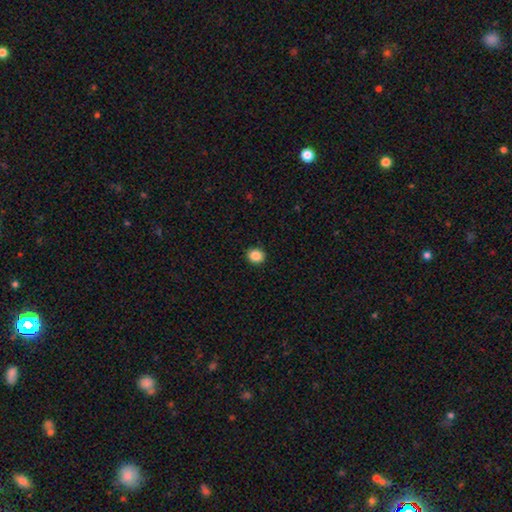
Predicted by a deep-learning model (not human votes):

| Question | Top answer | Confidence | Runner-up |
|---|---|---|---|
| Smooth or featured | smooth | 87% | star or artifact (10%) |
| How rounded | round | 78% | in between (21%) |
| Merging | none | 91% | minor disturbance (6%) |